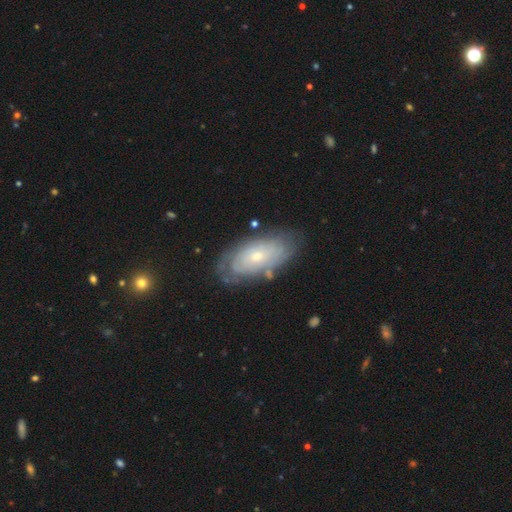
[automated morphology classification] A featured or disk galaxy (61%) with no bar (82%), spiral arms (70%) and a small central bulge (67%).

Vote fractions:
- Smooth or featured? featured or disk: 61% / smooth: 30% / star or artifact: 9%
- Edge-on disk? no: 88% / yes: 12%
- Bar? no: 82% / weak: 15% / strong: 3%
- Spiral arms? yes: 70% / no: 30%
- Bulge size? small: 67% / moderate: 29% / large: 2% / none: 1% / dominant: 1%
- Merging? none: 77% / minor disturbance: 16% / major disturbance: 5% / merger: 2%